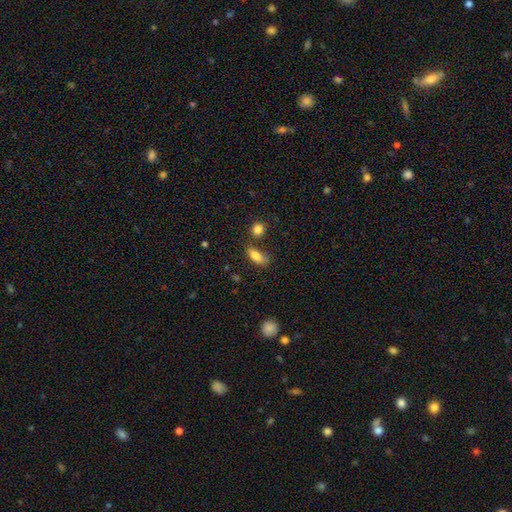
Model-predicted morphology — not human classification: smooth_or_featured: smooth (p=0.82) [alt: featured or disk p=0.10]
how_rounded: in between (p=0.80) [alt: cigar-shaped p=0.15]
merging: none (p=0.60) [alt: minor disturbance p=0.22]